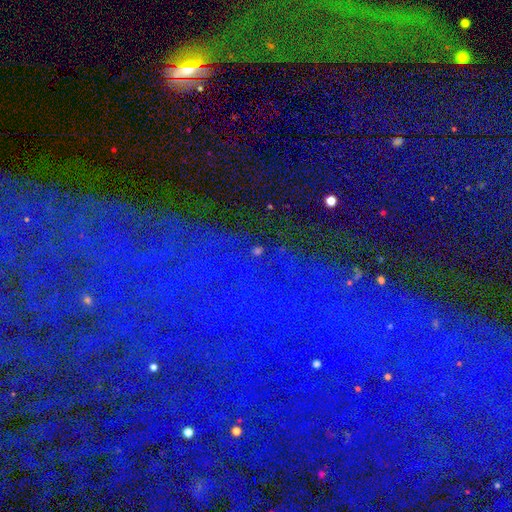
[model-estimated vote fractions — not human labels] Q: Smooth or featured?
A: star or artifact (84%); runner-up: featured or disk (8%)